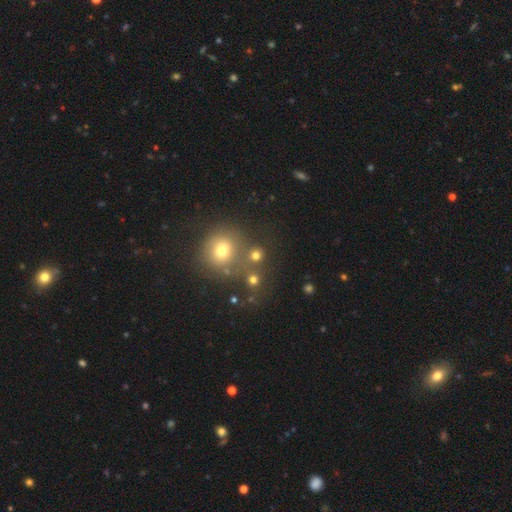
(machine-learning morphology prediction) Smooth or featured? smooth (72%)
How rounded? round (89%)
Merging? none (69%)